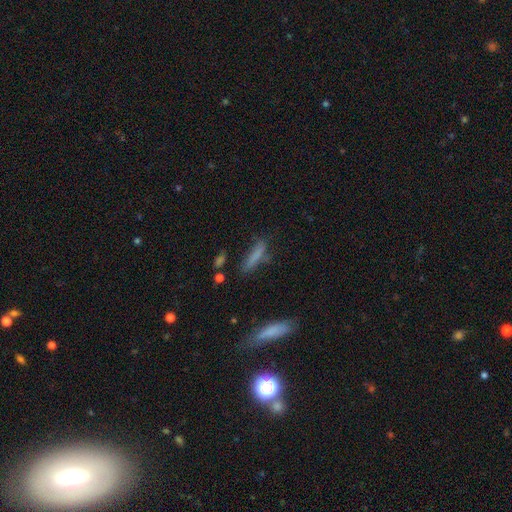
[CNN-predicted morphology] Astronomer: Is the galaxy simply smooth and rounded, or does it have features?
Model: smooth — 72%.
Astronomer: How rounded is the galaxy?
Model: cigar-shaped — 80%.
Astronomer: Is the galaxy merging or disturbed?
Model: none — 63%.